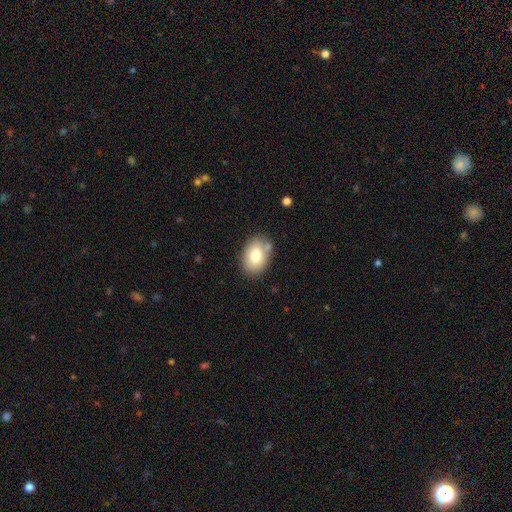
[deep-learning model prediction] smooth 77%, featured or disk 15%, star or artifact 8%. Down the decision tree: how rounded — in between (80%); merging — none (73%).